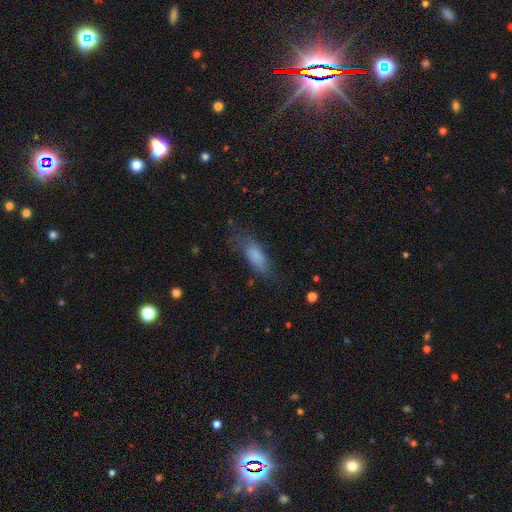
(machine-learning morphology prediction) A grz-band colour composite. It shows a smooth galaxy with no disk features (73%) that is in between round and cigar-shaped (70%). Merging: none (49%).